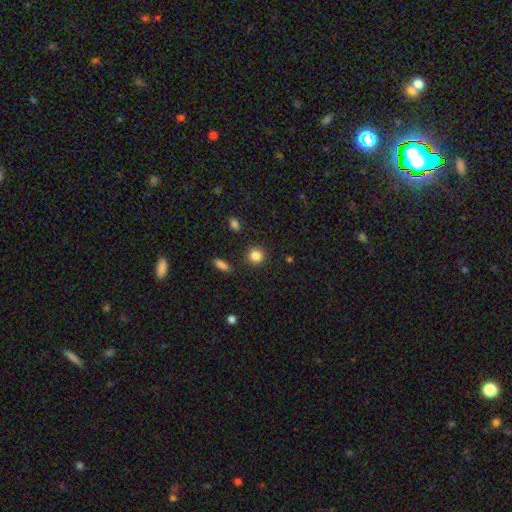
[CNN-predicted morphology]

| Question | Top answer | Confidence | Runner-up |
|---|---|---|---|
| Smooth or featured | smooth | 85% | star or artifact (11%) |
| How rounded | round | 91% | in between (8%) |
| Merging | none | 90% | minor disturbance (6%) |